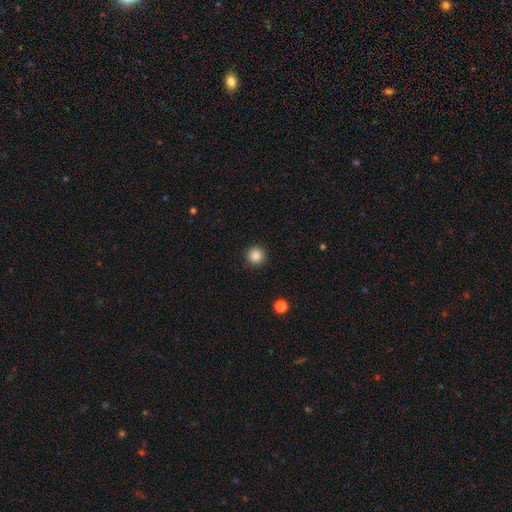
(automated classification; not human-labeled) smooth 86%, star or artifact 10%, featured or disk 4%. Down the decision tree: how rounded — round (96%); merging — none (93%).